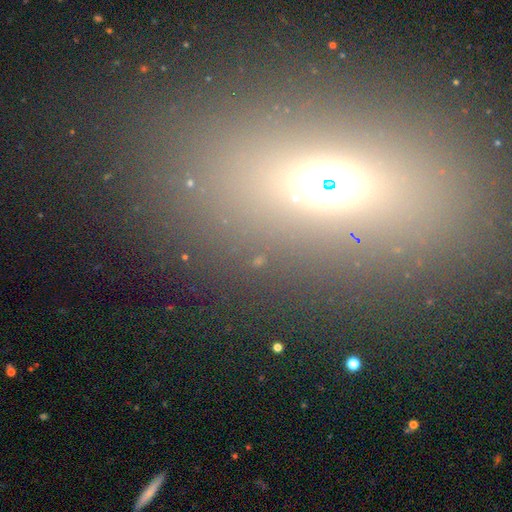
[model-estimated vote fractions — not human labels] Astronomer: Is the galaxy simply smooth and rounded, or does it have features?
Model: star or artifact — 49% (runner-up: smooth, 33%).